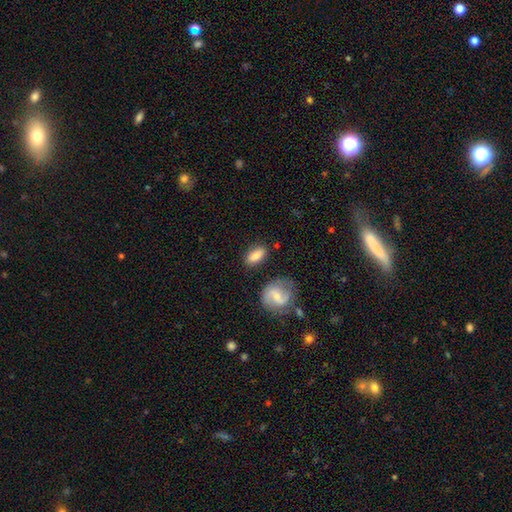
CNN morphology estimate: Smooth or featured?
  - smooth: 79% *
  - featured or disk: 14%
  - star or artifact: 7%
How rounded?
  - in between: 82% *
  - cigar-shaped: 12%
  - round: 6%
Merging?
  - none: 79% *
  - minor disturbance: 13%
  - merger: 4%
  - major disturbance: 3%